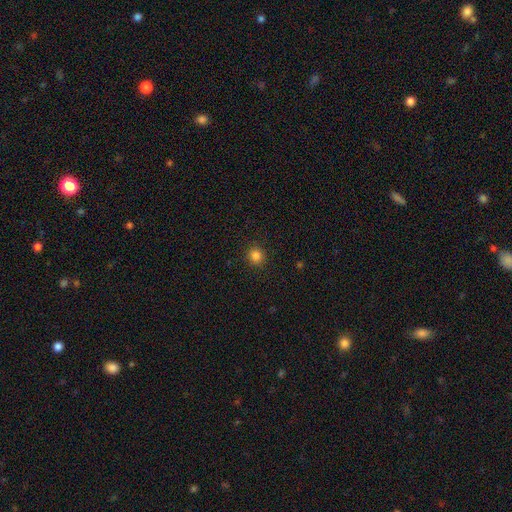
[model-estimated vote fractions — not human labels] The model was most divided on "smooth or featured": smooth: 83%, star or artifact: 13%, featured or disk: 4%. More confident: merging — none (92%); how rounded — round (91%).